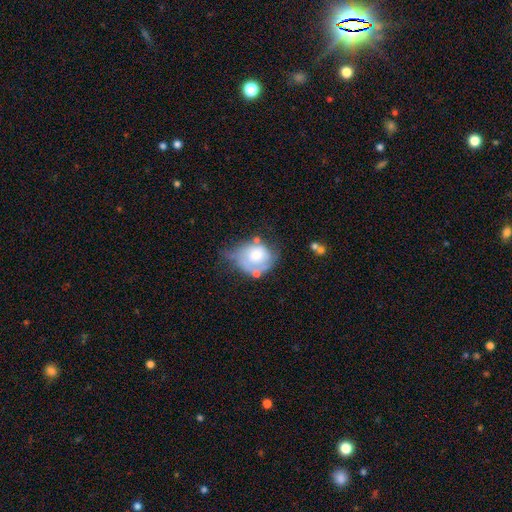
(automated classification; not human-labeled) The model was most divided on "merging": minor disturbance: 33%, none: 31%, major disturbance: 26%, merger: 11%. Remaining: smooth or featured — featured or disk (48%).